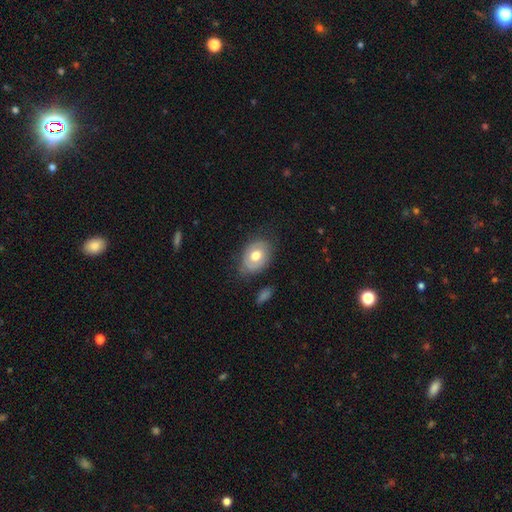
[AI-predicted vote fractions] Smooth or featured? smooth (61%)
How rounded? in between (72%)
Merging? none (71%)